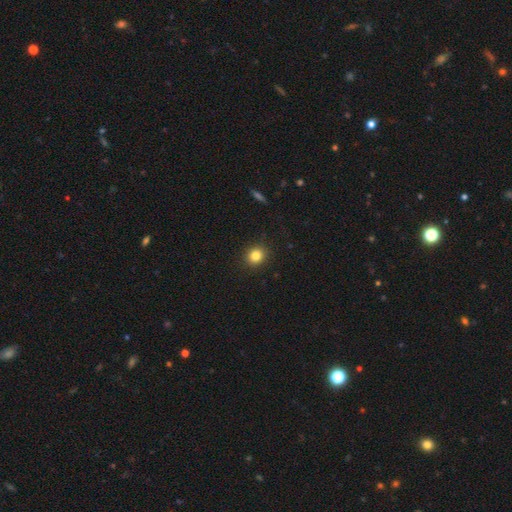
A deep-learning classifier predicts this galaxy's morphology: Smooth or featured? smooth (83%)
How rounded? round (82%)
Merging? none (91%)